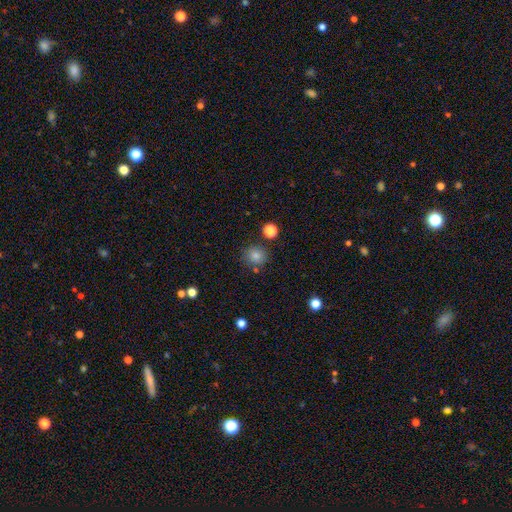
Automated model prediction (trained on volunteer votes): A smooth galaxy with no disk features (82%) that is round (87%). Merging: none (81%).